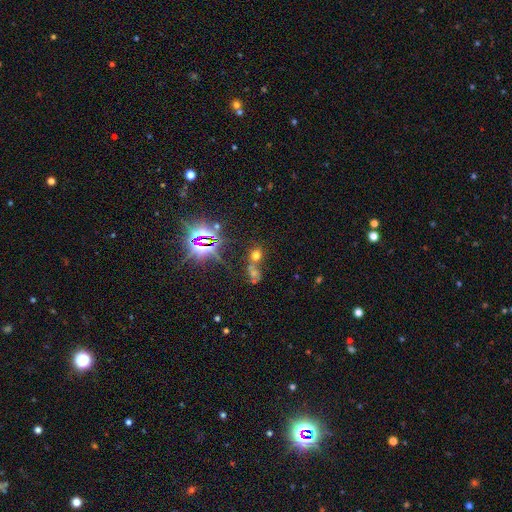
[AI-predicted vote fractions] Overall: smooth (47%; star or artifact 39%). Merging: merger (48%; none 38%).